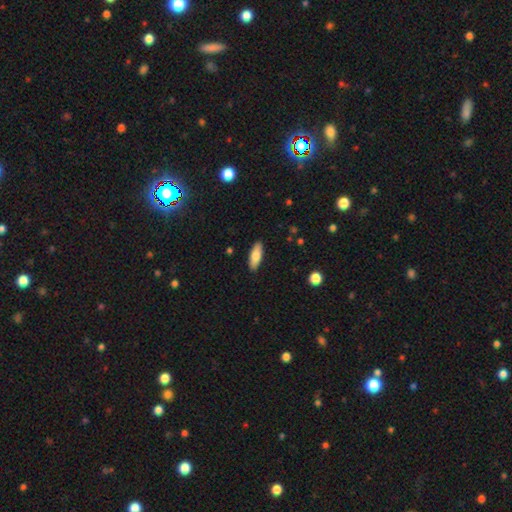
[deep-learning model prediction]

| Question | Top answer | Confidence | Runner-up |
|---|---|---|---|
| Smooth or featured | smooth | 79% | featured or disk (15%) |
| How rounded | in between | 69% | cigar-shaped (29%) |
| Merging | none | 89% | minor disturbance (8%) |